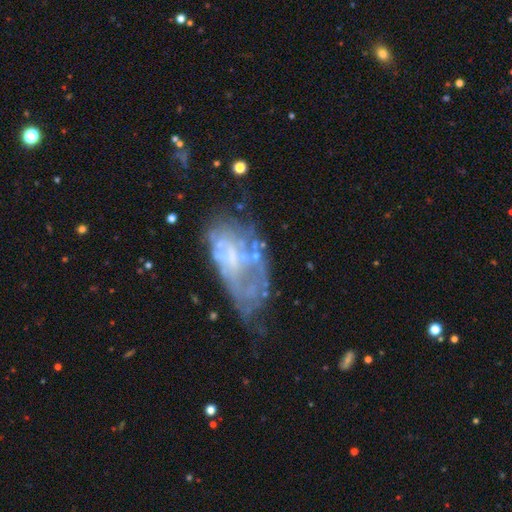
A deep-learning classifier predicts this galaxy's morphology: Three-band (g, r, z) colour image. It shows a featured or disk galaxy (64%) with no bar (76%), no spiral arms (70%) and no central bulge (56%). Merging: major disturbance (35%).